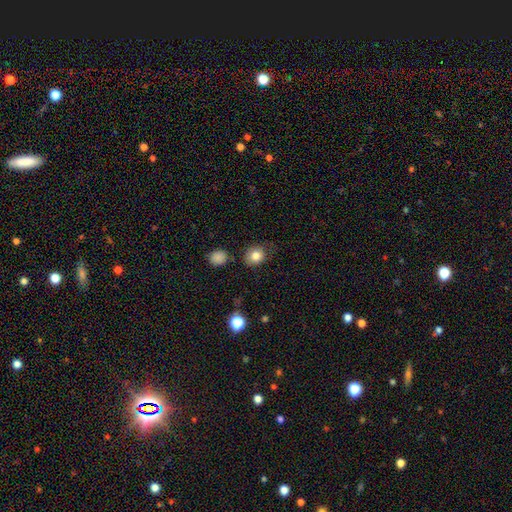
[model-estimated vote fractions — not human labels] smooth_or_featured: smooth (p=0.83) [alt: star or artifact p=0.10]
how_rounded: round (p=0.66) [alt: in between p=0.33]
merging: none (p=0.76) [alt: minor disturbance p=0.17]